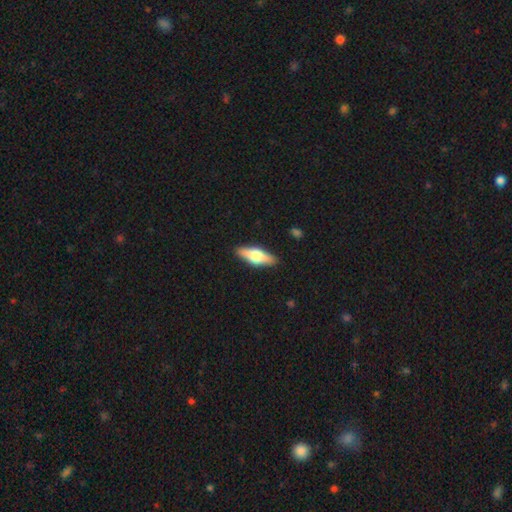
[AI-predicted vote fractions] smooth-or-featured: featured or disk: 49% | smooth: 45% | star or artifact: 6%
  merging: none: 89% | minor disturbance: 8% | major disturbance: 2% | merger: 1%